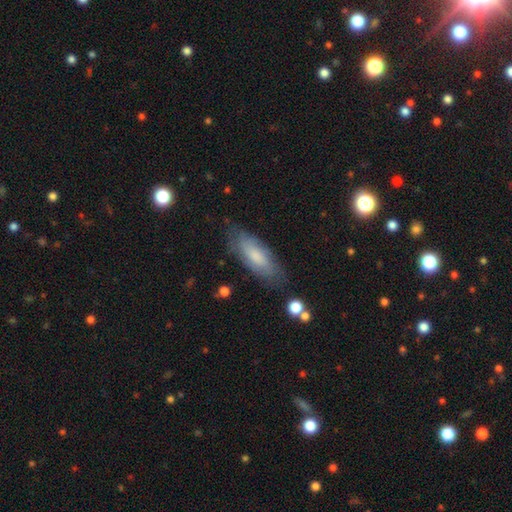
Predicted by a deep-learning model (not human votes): smooth 62%, featured or disk 31%, star or artifact 7%. Down the decision tree: how rounded — in between (68%); merging — none (74%).